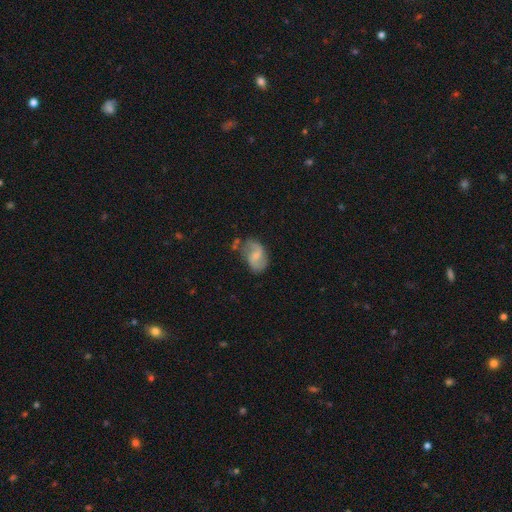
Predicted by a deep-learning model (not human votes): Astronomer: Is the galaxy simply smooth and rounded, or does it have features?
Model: featured or disk — 64%.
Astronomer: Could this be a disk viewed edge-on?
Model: no — 97%.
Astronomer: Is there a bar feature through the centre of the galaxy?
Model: weak — 47% (runner-up: no, 45%).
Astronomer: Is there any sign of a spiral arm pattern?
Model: yes — 89%.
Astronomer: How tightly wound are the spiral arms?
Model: loose — 44% (runner-up: medium, 42%).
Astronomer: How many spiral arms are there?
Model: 2 — 85%.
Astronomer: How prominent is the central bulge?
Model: small — 53% (runner-up: moderate, 31%).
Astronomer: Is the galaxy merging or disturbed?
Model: none — 56%.